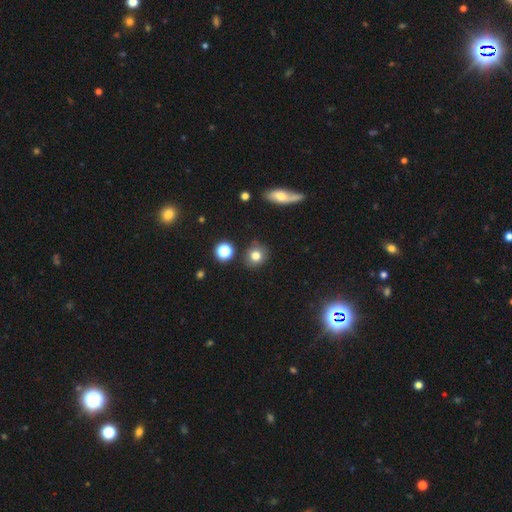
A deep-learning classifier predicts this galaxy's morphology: Q: Smooth or featured?
A: smooth (79%); runner-up: star or artifact (13%)
Q: How rounded?
A: round (81%); runner-up: in between (18%)
Q: Merging?
A: none (83%); runner-up: minor disturbance (10%)